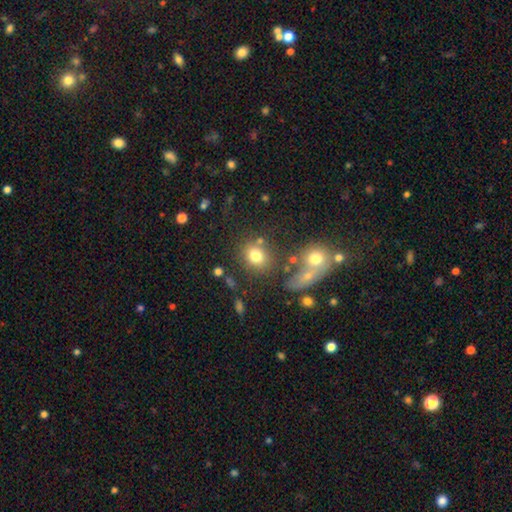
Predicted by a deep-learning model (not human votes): The model was most divided on "how rounded": round: 66%, in between: 32%, cigar-shaped: 1%. More confident: smooth or featured — smooth (76%); merging — none (67%).